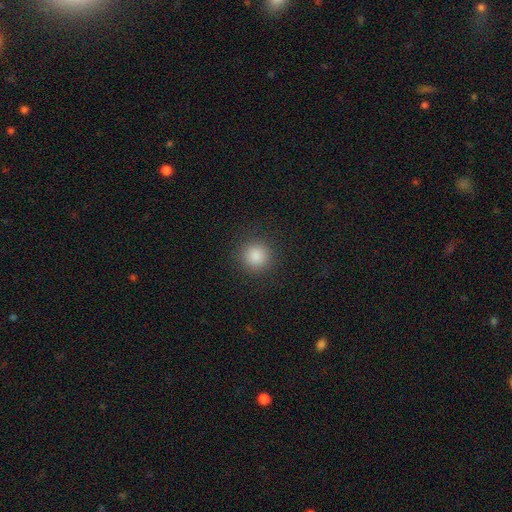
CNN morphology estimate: type=smooth (85%); roundness=round (94%); merging=none (91%).